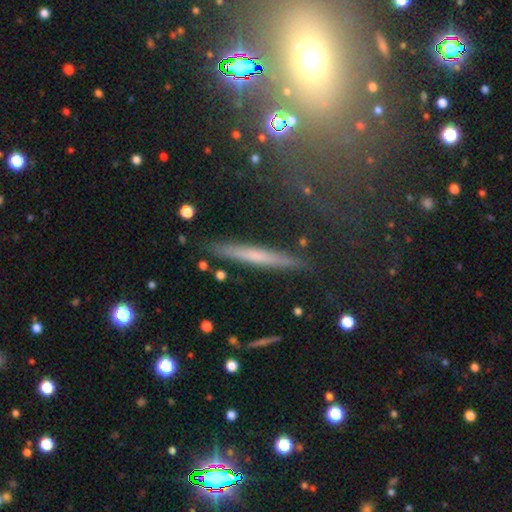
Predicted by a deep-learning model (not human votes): This appears to be a smooth galaxy with no disk features (53%) that is cigar-shaped (95%). Merging: none (88%).